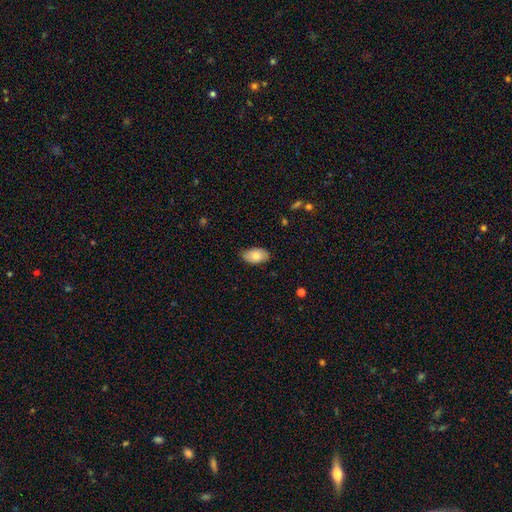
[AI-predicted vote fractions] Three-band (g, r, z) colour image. It shows a smooth galaxy with no disk features (82%) that is in between round and cigar-shaped (94%). Merging: none (83%).